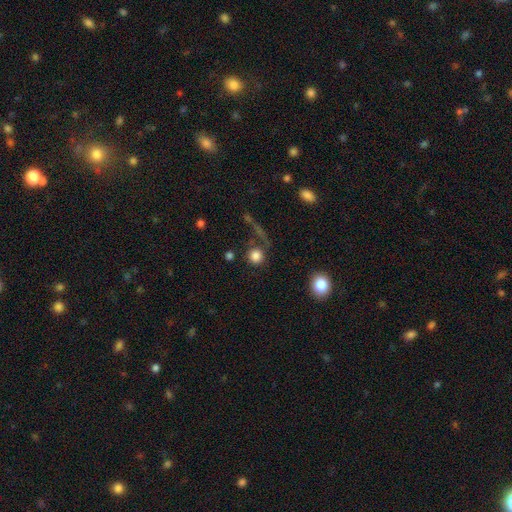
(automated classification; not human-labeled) Smooth or featured? Predicted: smooth (p=0.81). How rounded? Predicted: round (p=0.92). Merging? Predicted: none (p=0.69).